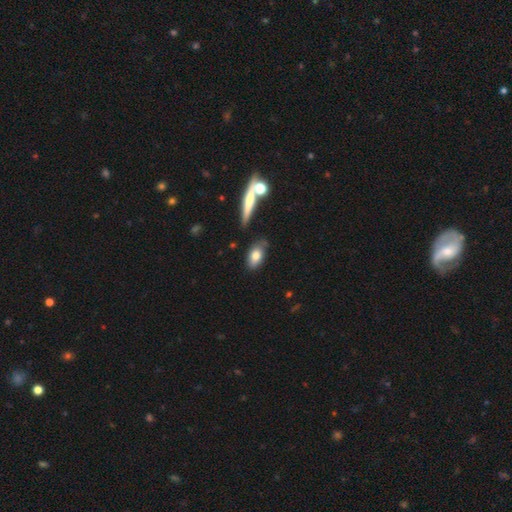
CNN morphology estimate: A smooth galaxy with no disk features (77%) that is in between round and cigar-shaped (85%).

Vote fractions:
- Smooth or featured? smooth: 77% / featured or disk: 16% / star or artifact: 7%
- How rounded? in between: 85% / cigar-shaped: 8% / round: 7%
- Merging? none: 73% / minor disturbance: 18% / merger: 5% / major disturbance: 4%